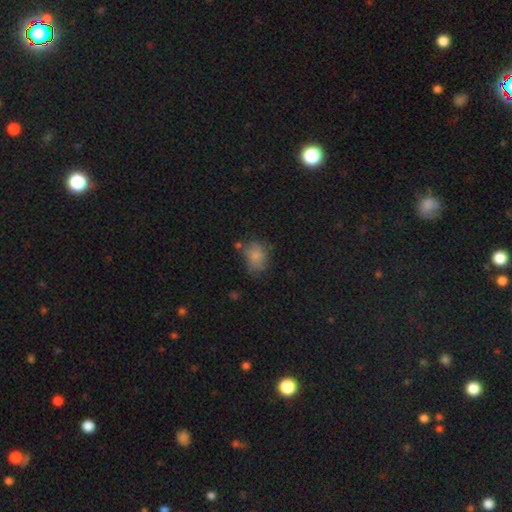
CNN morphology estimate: smooth_or_featured: smooth (p=0.78) [alt: featured or disk p=0.12]
how_rounded: in between (p=0.54) [alt: round p=0.45]
merging: none (p=0.52) [alt: minor disturbance p=0.27]